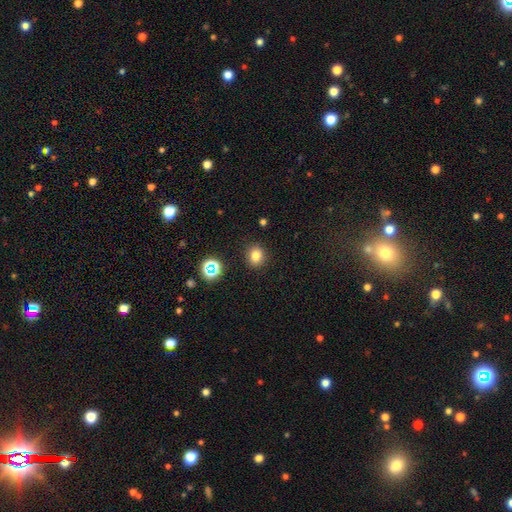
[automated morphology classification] This appears to be a smooth galaxy with no disk features (78%) that is round (76%). Merging: none (89%).